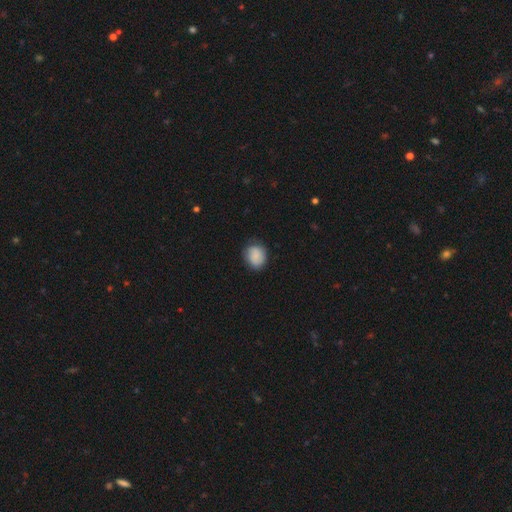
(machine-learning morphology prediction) smooth-or-featured: smooth: 84% | featured or disk: 8% | star or artifact: 7%
  how-rounded: round: 63% | in between: 36% | cigar-shaped: 1%
  merging: none: 78% | minor disturbance: 17% | major disturbance: 4% | merger: 1%